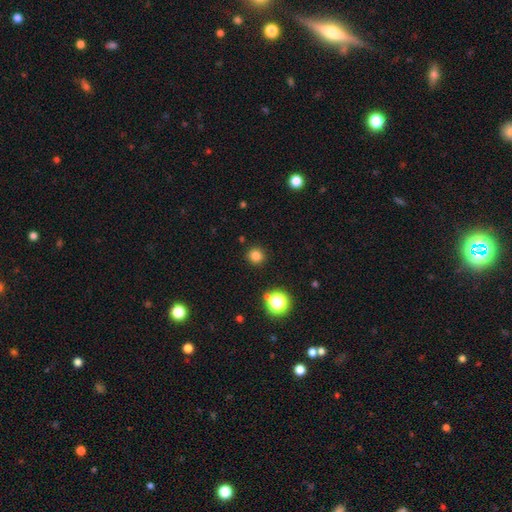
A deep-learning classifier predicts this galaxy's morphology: type=smooth (80%); roundness=round (94%); merging=none (91%).